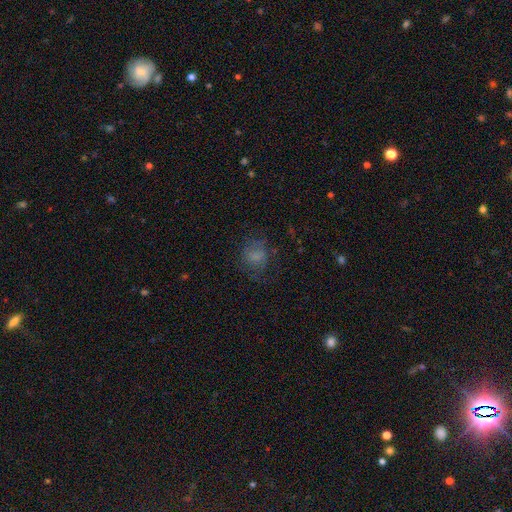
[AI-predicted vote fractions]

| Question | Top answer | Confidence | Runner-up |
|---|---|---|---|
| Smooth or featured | smooth | 70% | featured or disk (16%) |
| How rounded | round | 68% | in between (31%) |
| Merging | none | 60% | minor disturbance (21%) |